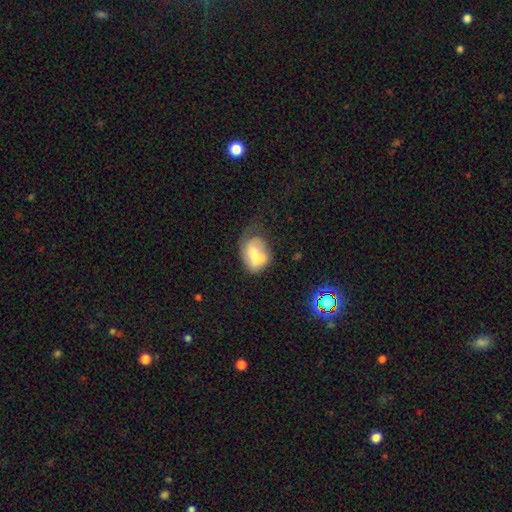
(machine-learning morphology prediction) Q: Smooth or featured?
A: smooth (61%); runner-up: featured or disk (30%)
Q: How rounded?
A: in between (76%); runner-up: round (23%)
Q: Merging?
A: major disturbance (29%); runner-up: minor disturbance (27%)